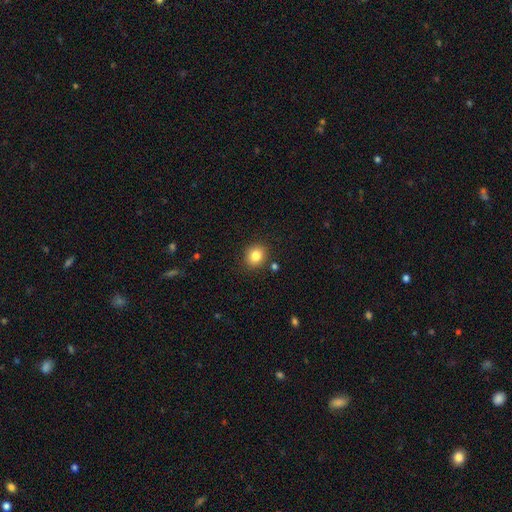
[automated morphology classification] Overall: smooth (83%). How rounded: round (74%). Merging: none (87%).